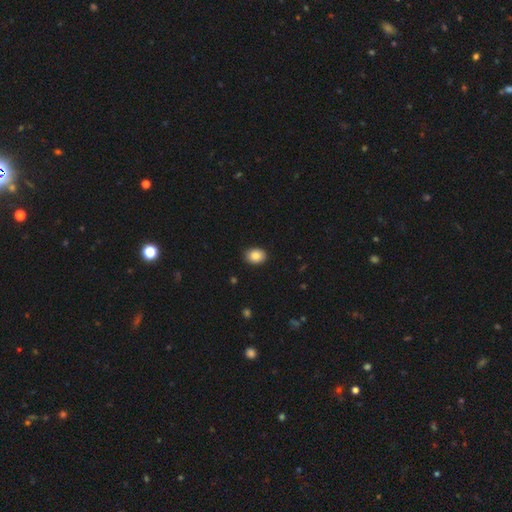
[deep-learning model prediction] Smooth or featured? smooth (88%)
How rounded? in between (62%)
Merging? none (89%)